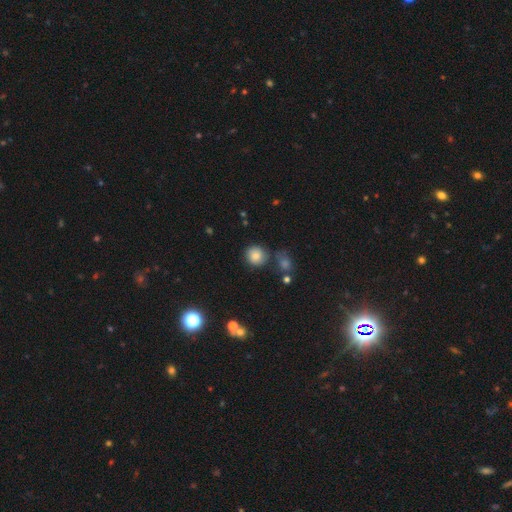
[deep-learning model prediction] A smooth galaxy with no disk features (81%) that is round (88%). Merging: none (73%).